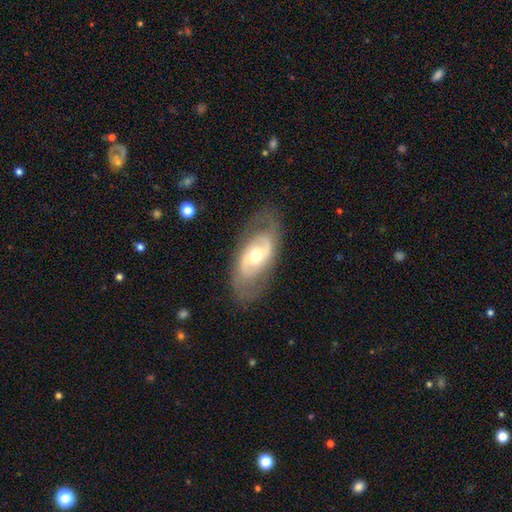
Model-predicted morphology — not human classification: A featured or disk galaxy (73%) with no bar (51%), spiral arms (67%) and a moderate central bulge (69%).

Vote fractions:
- Smooth or featured? featured or disk: 73% / smooth: 21% / star or artifact: 5%
- Edge-on disk? no: 92% / yes: 8%
- Bar? no: 51% / weak: 34% / strong: 15%
- Spiral arms? yes: 67% / no: 33%
- Bulge size? moderate: 69% / small: 21% / large: 8% / dominant: 1% / none: 1%
- Merging? none: 77% / minor disturbance: 15% / major disturbance: 7% / merger: 1%